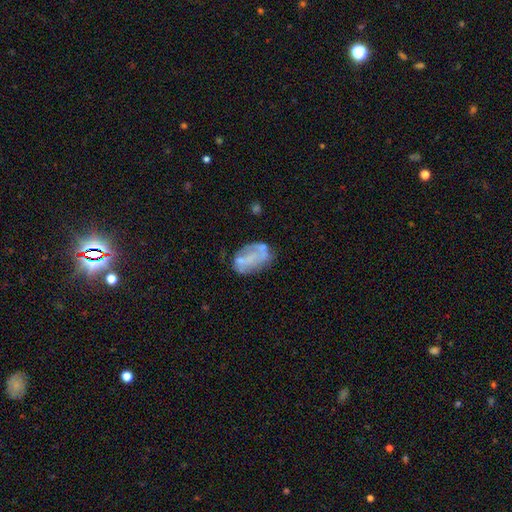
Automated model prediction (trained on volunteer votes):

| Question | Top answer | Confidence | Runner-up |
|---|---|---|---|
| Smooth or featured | featured or disk | 50% | smooth (29%) |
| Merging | none | 55% | minor disturbance (22%) |